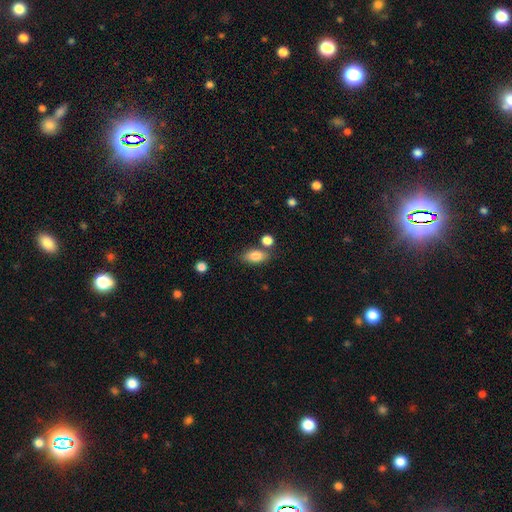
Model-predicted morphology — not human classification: This appears to be a smooth galaxy with no disk features (84%) that is in between round and cigar-shaped (86%). Merging: none (71%).